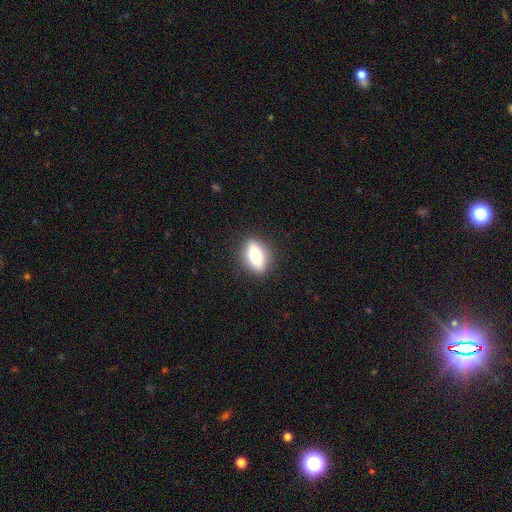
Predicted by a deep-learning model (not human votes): Smooth or featured? Predicted: smooth (p=0.72). How rounded? Predicted: in between (p=0.79). Merging? Predicted: none (p=0.87).